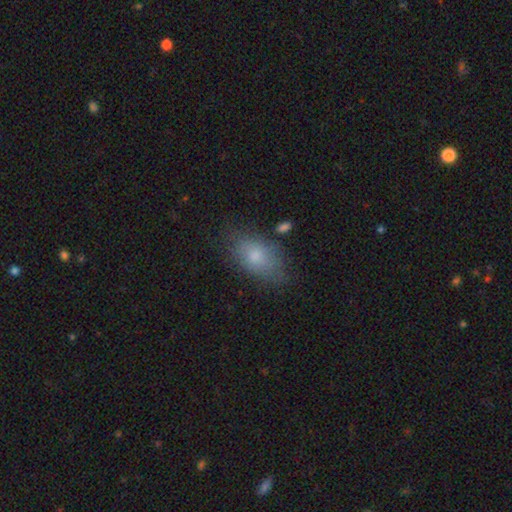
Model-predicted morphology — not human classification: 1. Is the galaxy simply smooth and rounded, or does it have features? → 78% smooth, 14% featured or disk, 8% star or artifact.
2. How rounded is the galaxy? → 89% in between, 9% round, 3% cigar-shaped.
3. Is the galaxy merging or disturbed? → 69% none, 21% minor disturbance, 7% major disturbance, 3% merger.